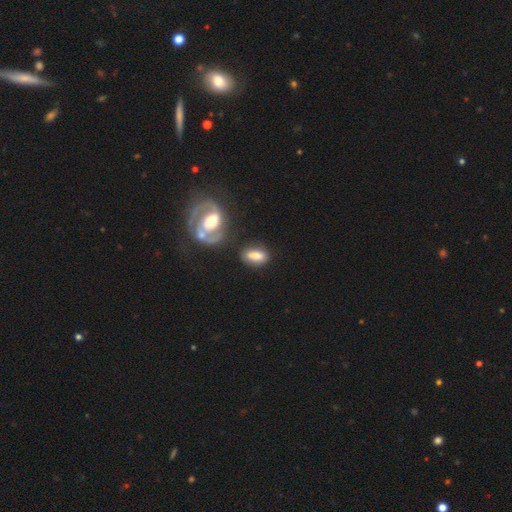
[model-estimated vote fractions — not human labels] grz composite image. It shows a smooth galaxy with no disk features (74%) that is in between round and cigar-shaped (85%). Merging: none (67%).